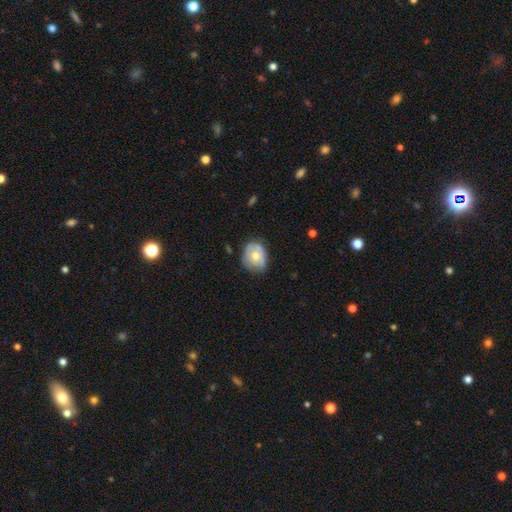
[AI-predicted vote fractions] This appears to be a smooth galaxy with no disk features (56%) that is round (56%). Merging: none (59%).